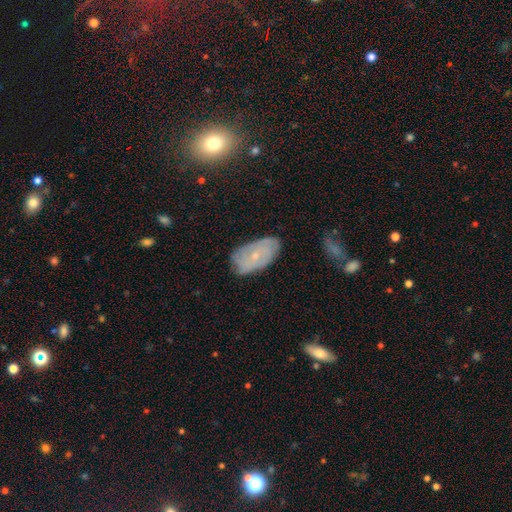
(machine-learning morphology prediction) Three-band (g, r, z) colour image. It shows a featured or disk galaxy (54%) with no bar (79%), spiral arms (72%) and a small central bulge (76%). Merging: none (72%).